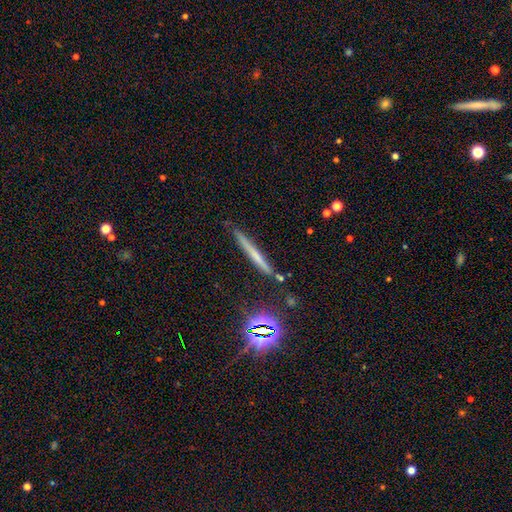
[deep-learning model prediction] This appears to be a smooth galaxy with no disk features (44%). Merging: none (84%).